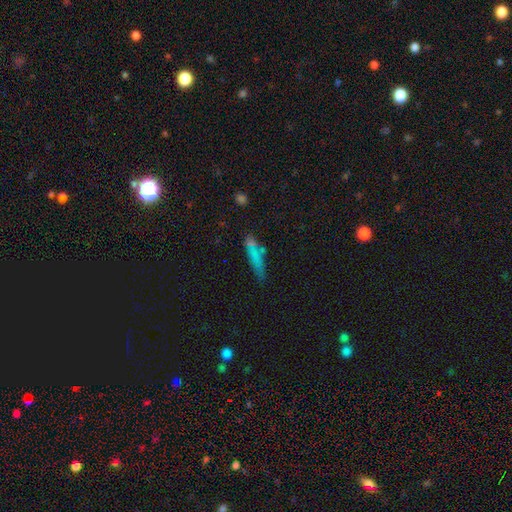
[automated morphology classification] smooth-or-featured: smooth: 67% | featured or disk: 17% | star or artifact: 15%
  how-rounded: cigar-shaped: 76% | in between: 21% | round: 4%
  merging: none: 64% | minor disturbance: 19% | merger: 10% | major disturbance: 7%